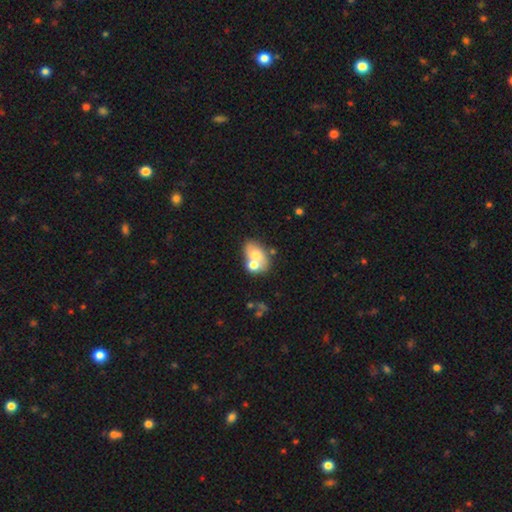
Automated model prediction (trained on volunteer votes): smooth 63%, featured or disk 29%, star or artifact 8%. Down the decision tree: how rounded — in between (77%); merging — merger (52%).